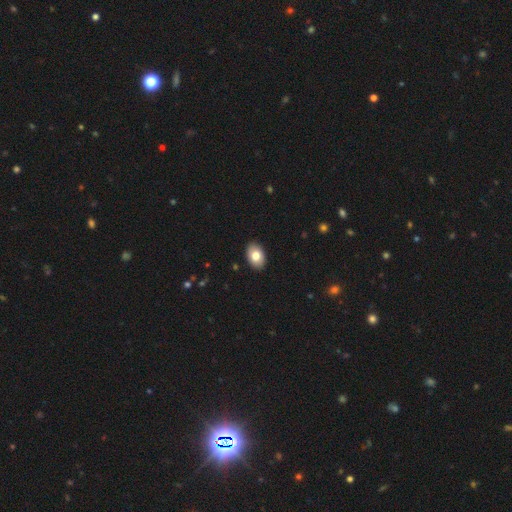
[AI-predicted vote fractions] smooth-or-featured: smooth: 80% | featured or disk: 13% | star or artifact: 7%
  how-rounded: in between: 87% | round: 12% | cigar-shaped: 1%
  merging: none: 90% | minor disturbance: 7% | major disturbance: 2% | merger: 1%